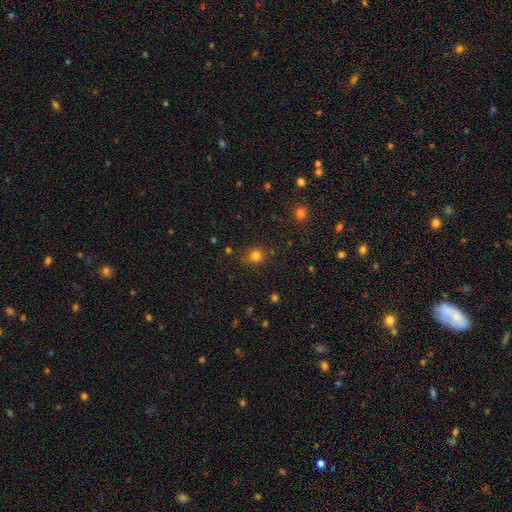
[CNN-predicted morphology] A smooth galaxy with no disk features (80%) that is round (83%).

Vote fractions:
- Smooth or featured? smooth: 80% / star or artifact: 15% / featured or disk: 5%
- How rounded? round: 83% / in between: 16% / cigar-shaped: 1%
- Merging? none: 81% / minor disturbance: 13% / major disturbance: 4% / merger: 3%